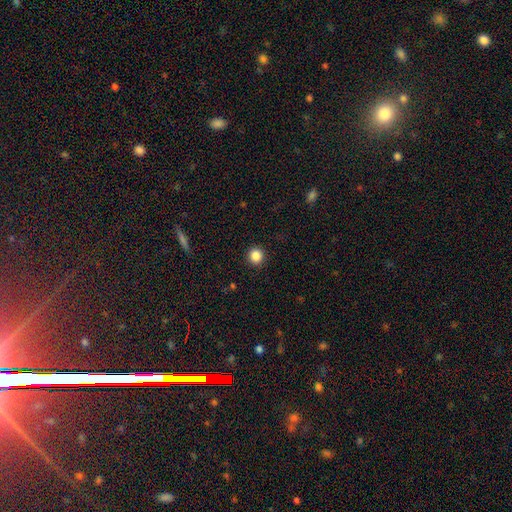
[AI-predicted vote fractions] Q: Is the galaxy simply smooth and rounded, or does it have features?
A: smooth — 86%.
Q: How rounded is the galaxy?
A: round — 93%.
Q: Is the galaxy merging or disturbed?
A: none — 92%.